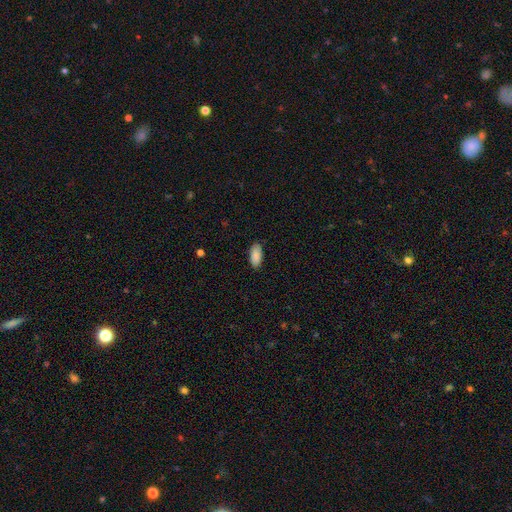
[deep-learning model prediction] The model was most divided on "merging": none: 84%, minor disturbance: 13%, major disturbance: 2%, merger: 1%. More confident: smooth or featured — smooth (89%); how rounded — in between (88%).